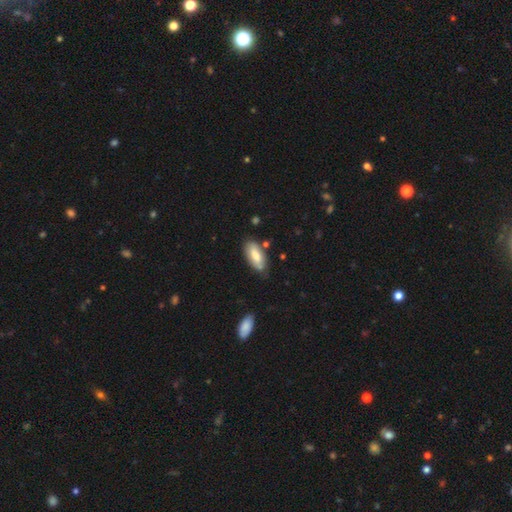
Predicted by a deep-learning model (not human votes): smooth-or-featured: smooth: 73% | featured or disk: 21% | star or artifact: 6%
  how-rounded: in between: 85% | cigar-shaped: 13% | round: 2%
  merging: none: 72% | minor disturbance: 20% | merger: 4% | major disturbance: 4%